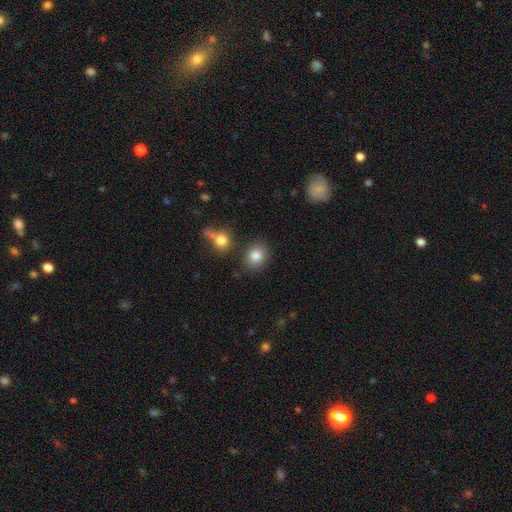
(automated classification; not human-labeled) A smooth galaxy with no disk features (83%) that is round (65%).

Vote fractions:
- Smooth or featured? smooth: 83% / star or artifact: 10% / featured or disk: 7%
- How rounded? round: 65% / in between: 34% / cigar-shaped: 1%
- Merging? none: 80% / minor disturbance: 10% / merger: 7% / major disturbance: 3%